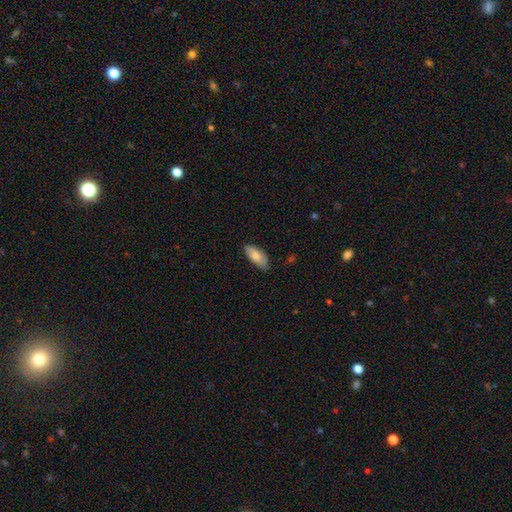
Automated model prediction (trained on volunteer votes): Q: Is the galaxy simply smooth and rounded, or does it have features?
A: smooth — 81%.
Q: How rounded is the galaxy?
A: in between — 85%.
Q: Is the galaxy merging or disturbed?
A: none — 78%.